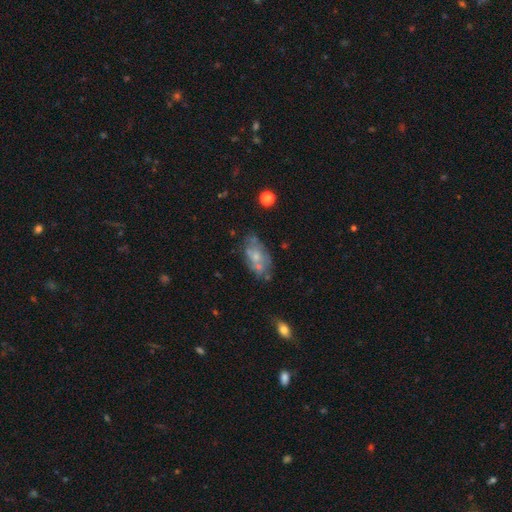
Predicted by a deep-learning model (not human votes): smooth-or-featured: featured or disk: 48% | smooth: 43% | star or artifact: 9%
  merging: none: 47% | minor disturbance: 25% | merger: 15% | major disturbance: 13%